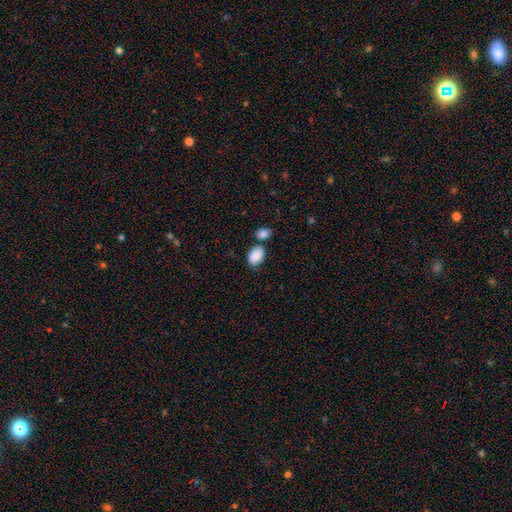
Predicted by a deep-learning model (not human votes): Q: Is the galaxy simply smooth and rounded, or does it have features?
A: smooth — 89%.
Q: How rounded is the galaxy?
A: in between — 89%.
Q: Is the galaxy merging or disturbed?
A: none — 57%.